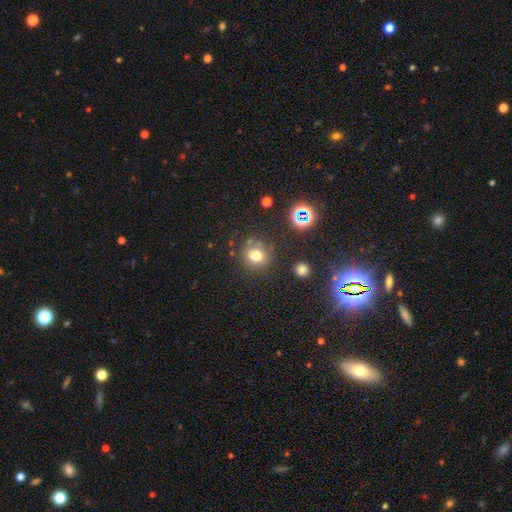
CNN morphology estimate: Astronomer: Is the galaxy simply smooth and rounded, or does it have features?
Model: smooth — 73%.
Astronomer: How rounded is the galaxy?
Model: round — 84%.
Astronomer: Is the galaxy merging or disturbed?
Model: none — 78%.